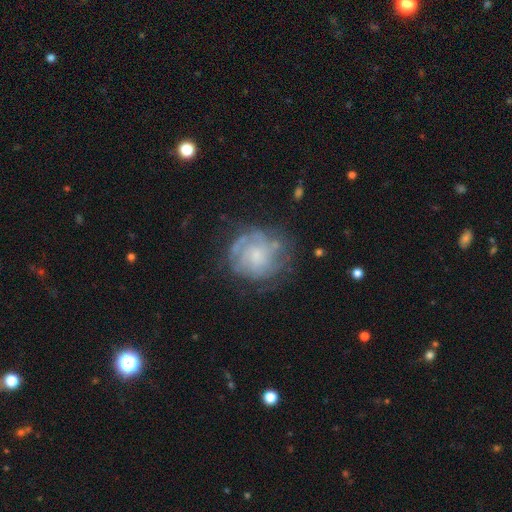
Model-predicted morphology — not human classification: featured or disk 67%, smooth 24%, star or artifact 9%. Down the decision tree: edge-on disk — no (98%); bar — no (77%); spiral arms — yes (75%); bulge size — small (57%); merging — none (63%).